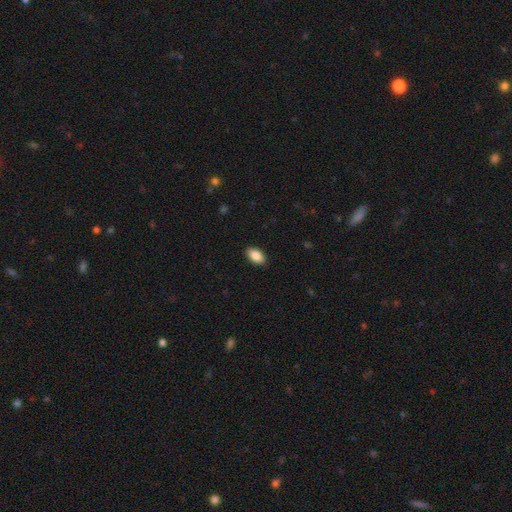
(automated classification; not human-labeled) Overall: smooth (88%). How rounded: in between (94%). Merging: none (89%).